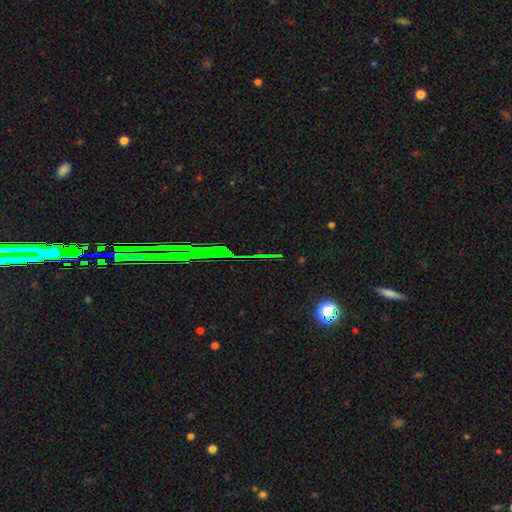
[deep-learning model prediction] Smooth or featured? Predicted: star or artifact (p=0.76).